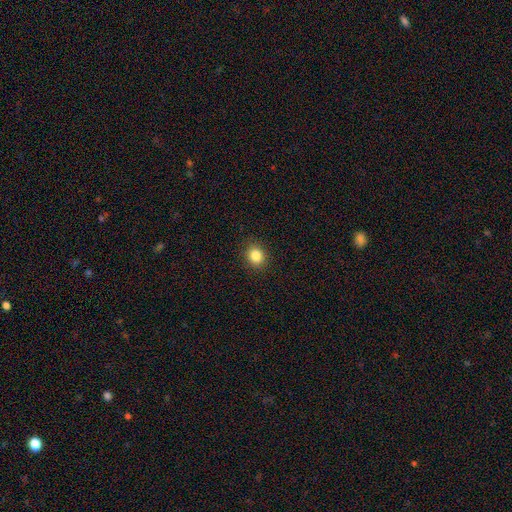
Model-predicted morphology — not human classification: Smooth or featured? Predicted: smooth (p=0.85). How rounded? Predicted: round (p=0.74). Merging? Predicted: none (p=0.90).